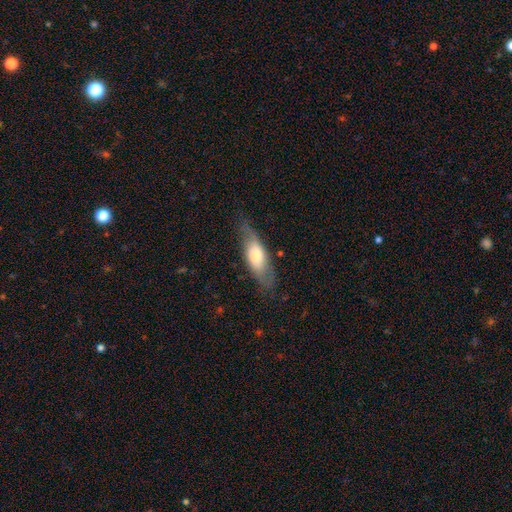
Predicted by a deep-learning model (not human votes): This appears to be a smooth galaxy with no disk features (60%) that is in between round and cigar-shaped (67%). Merging: none (70%).